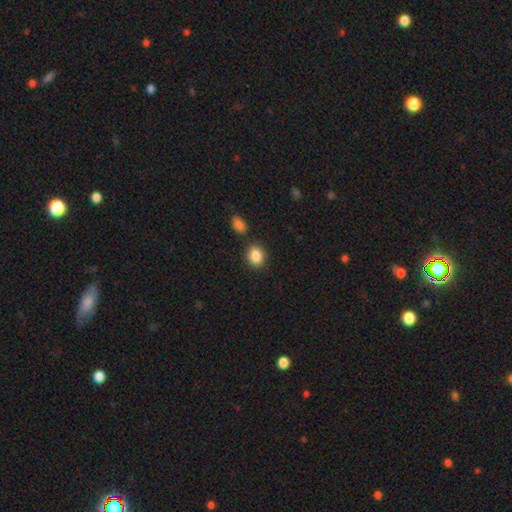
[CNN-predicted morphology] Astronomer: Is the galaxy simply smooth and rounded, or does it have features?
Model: smooth — 87%.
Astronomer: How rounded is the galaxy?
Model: round — 56% (runner-up: in between, 43%).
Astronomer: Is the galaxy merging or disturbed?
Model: none — 81%.